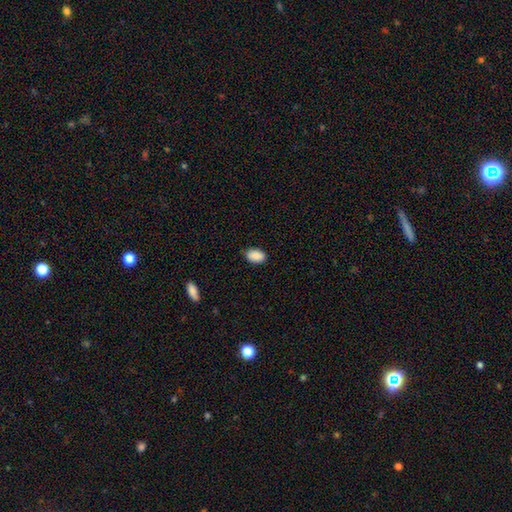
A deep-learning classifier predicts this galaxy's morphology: smooth 90%, star or artifact 7%, featured or disk 3%. Down the decision tree: how rounded — in between (88%); merging — none (81%).